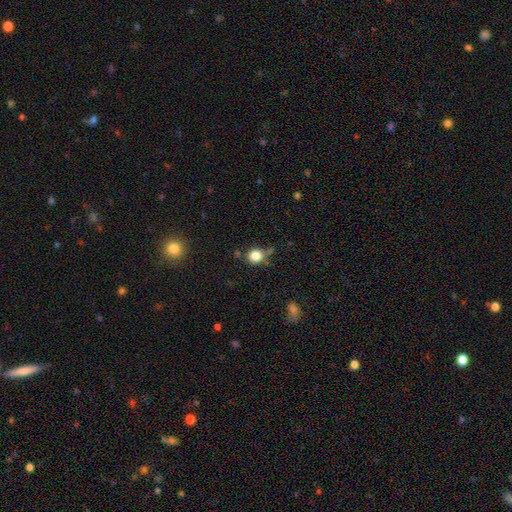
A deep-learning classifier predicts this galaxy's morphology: The model was most divided on "merging": none: 63%, minor disturbance: 21%, merger: 9%, major disturbance: 7%. More confident: smooth or featured — smooth (82%); how rounded — round (81%).